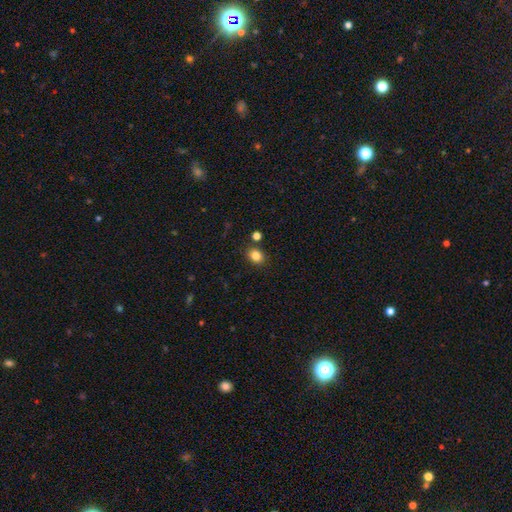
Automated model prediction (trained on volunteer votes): Smooth or featured: smooth — 84% (star or artifact — 11%)
How rounded: round — 56% (in between — 43%)
Merging: none — 84% (minor disturbance — 9%)